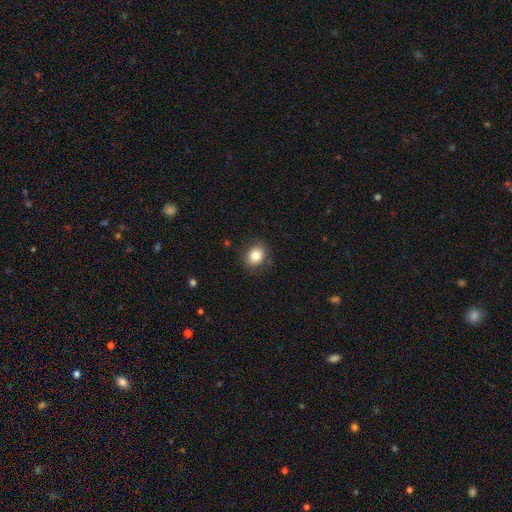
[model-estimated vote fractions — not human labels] smooth-or-featured: smooth: 82% | star or artifact: 10% | featured or disk: 8%
  how-rounded: round: 57% | in between: 42% | cigar-shaped: 1%
  merging: none: 85% | minor disturbance: 11% | major disturbance: 3% | merger: 1%